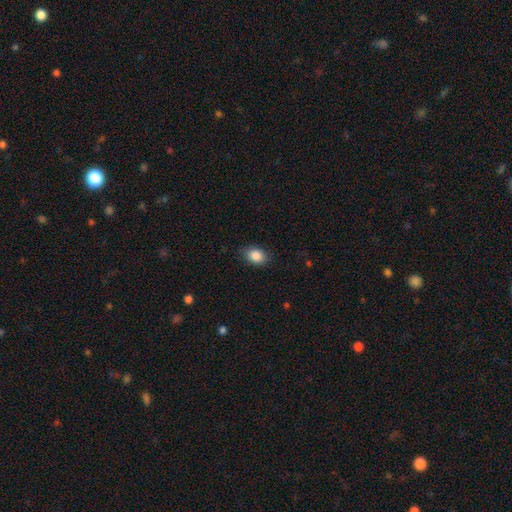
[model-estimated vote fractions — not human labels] A smooth galaxy with no disk features (87%) that is in between round and cigar-shaped (75%). Merging: none (79%).